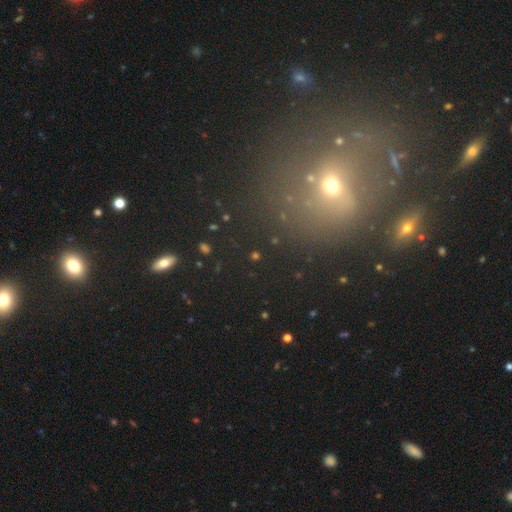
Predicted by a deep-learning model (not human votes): Q: Smooth or featured?
A: star or artifact (43%); runner-up: smooth (41%)